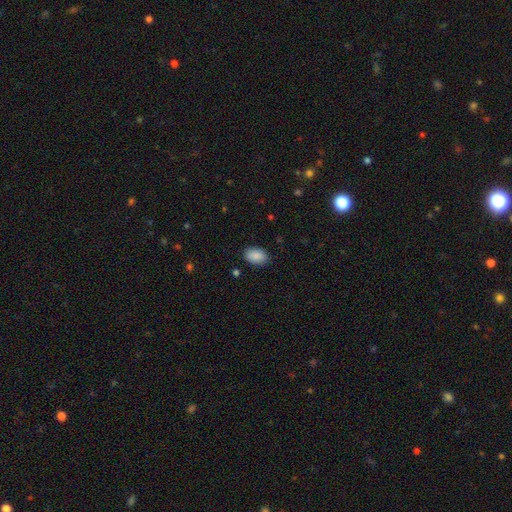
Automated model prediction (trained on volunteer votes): Overall: smooth (89%). How rounded: in between (87%). Merging: none (86%).